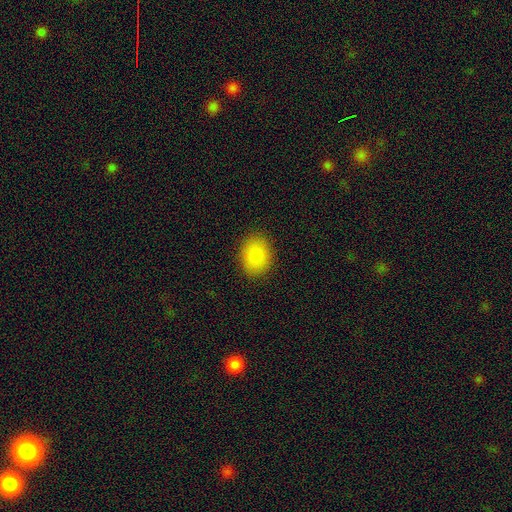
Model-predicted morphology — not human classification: A smooth galaxy with no disk features (87%) that is in between round and cigar-shaped (63%).

Vote fractions:
- Smooth or featured? smooth: 87% / star or artifact: 9% / featured or disk: 5%
- How rounded? in between: 63% / round: 36% / cigar-shaped: 1%
- Merging? none: 88% / minor disturbance: 9% / major disturbance: 3% / merger: 1%